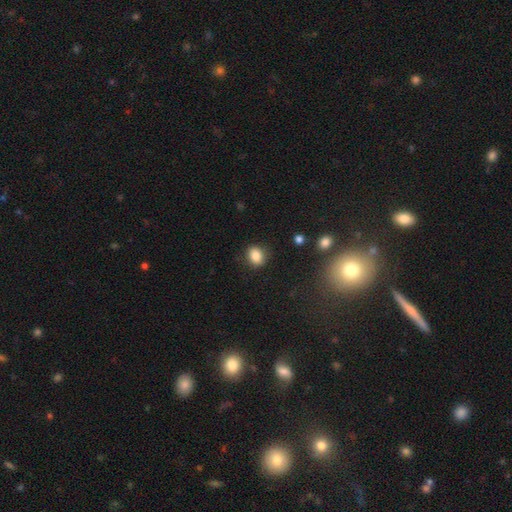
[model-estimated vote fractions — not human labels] This is clearly a smooth galaxy (84%). How rounded: possibly in between (53%). Merging: clearly none (84%).